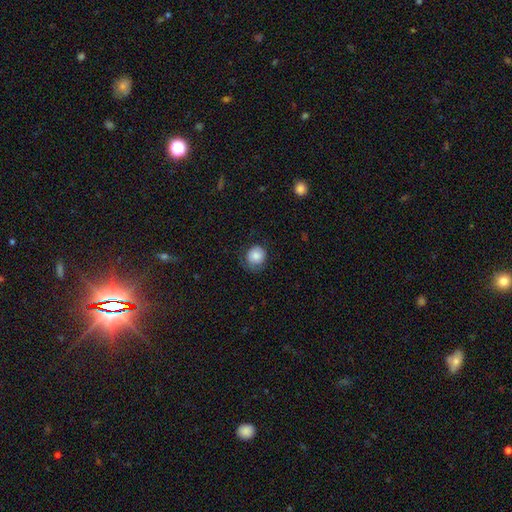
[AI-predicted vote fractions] The model was most divided on "merging": none: 65%, minor disturbance: 24%, major disturbance: 10%, merger: 1%. More confident: how rounded — round (80%); smooth or featured — smooth (80%).